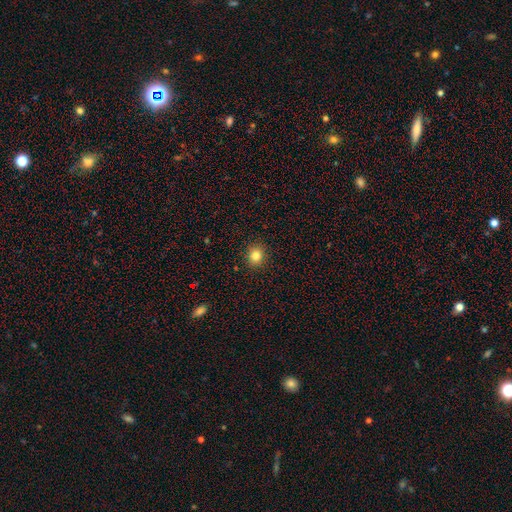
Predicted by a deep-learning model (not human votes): Overall: smooth (83%). How rounded: round (79%). Merging: none (91%).